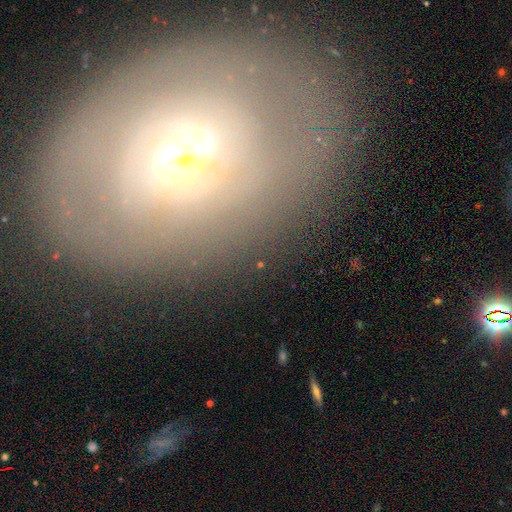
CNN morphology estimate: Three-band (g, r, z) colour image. It shows a featured or disk galaxy (73%) with a weak bar (50%), tight (68%) spiral arms (76%) and a moderate central bulge (48%). Merging: none (76%).